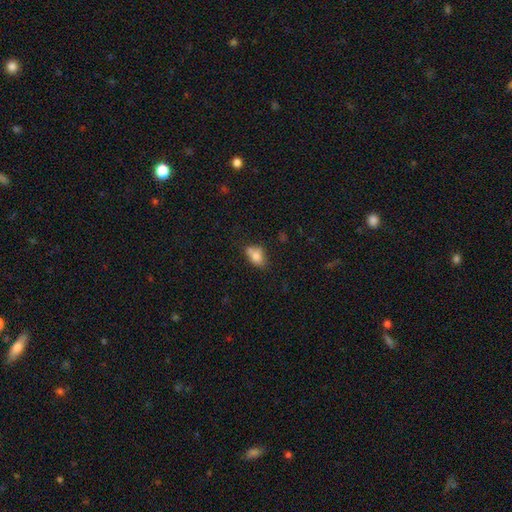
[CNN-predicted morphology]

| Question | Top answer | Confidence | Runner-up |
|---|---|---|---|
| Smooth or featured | smooth | 75% | featured or disk (15%) |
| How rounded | in between | 76% | round (21%) |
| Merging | none | 46% | merger (25%) |